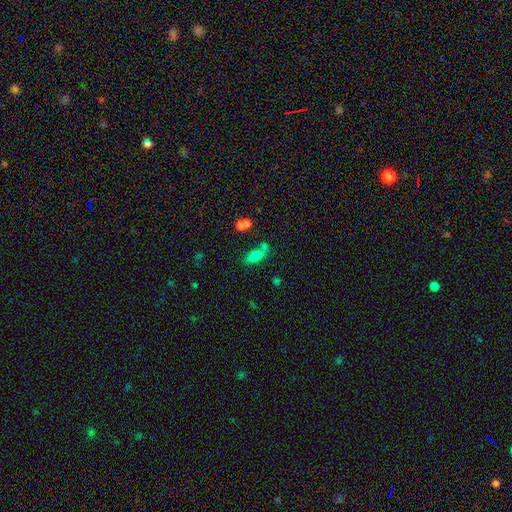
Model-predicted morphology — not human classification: This appears to be a smooth galaxy with no disk features (74%) that is in between round and cigar-shaped (79%). Merging: none (52%).